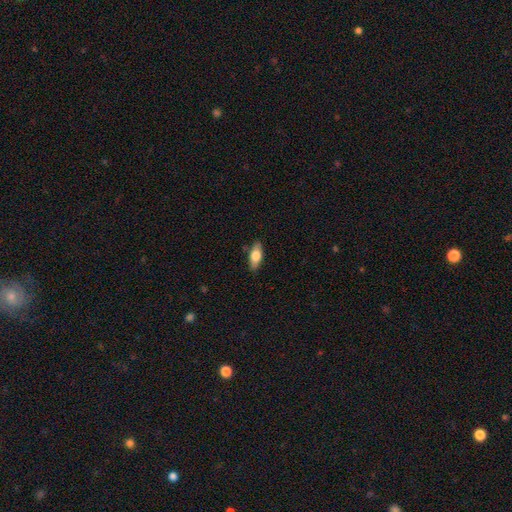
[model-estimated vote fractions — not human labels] smooth-or-featured: smooth: 71% | featured or disk: 23% | star or artifact: 6%
  how-rounded: in between: 81% | cigar-shaped: 16% | round: 3%
  merging: none: 86% | minor disturbance: 10% | major disturbance: 2% | merger: 1%